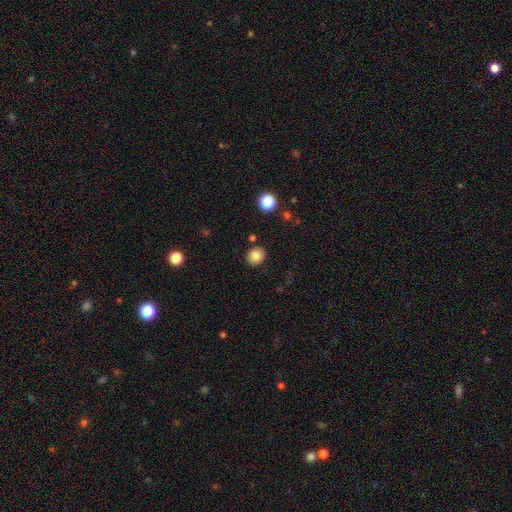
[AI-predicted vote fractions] This appears to be a smooth galaxy with no disk features (84%) that is round (68%). Merging: none (86%).